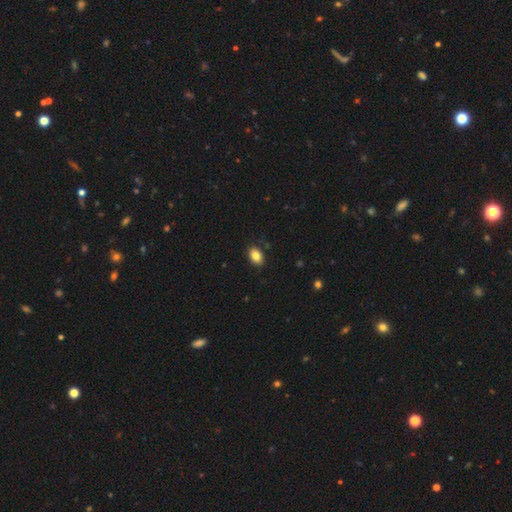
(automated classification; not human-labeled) smooth_or_featured: smooth (p=0.84) [alt: star or artifact p=0.09]
how_rounded: in between (p=0.83) [alt: round p=0.16]
merging: none (p=0.87) [alt: minor disturbance p=0.09]